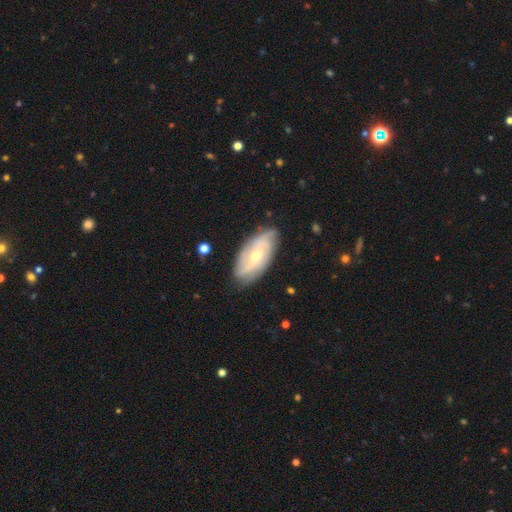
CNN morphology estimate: Smooth or featured?
  - featured or disk: 76% *
  - smooth: 18%
  - star or artifact: 6%
Edge-on disk?
  - no: 92% *
  - yes: 8%
Bar?
  - no: 58% *
  - weak: 33%
  - strong: 9%
Spiral arms?
  - yes: 91% *
  - no: 9%
Spiral winding?
  - tight: 54% *
  - medium: 33%
  - loose: 13%
Spiral arm count?
  - can't tell: 34% *
  - 2: 27%
  - 3: 21%
  - 4: 10%
  - more than 4: 4%
  - 1: 4%
Bulge size?
  - small: 53% *
  - moderate: 44%
  - large: 1%
  - none: 1%
  - dominant: 1%
Merging?
  - none: 80% *
  - minor disturbance: 16%
  - major disturbance: 3%
  - merger: 1%